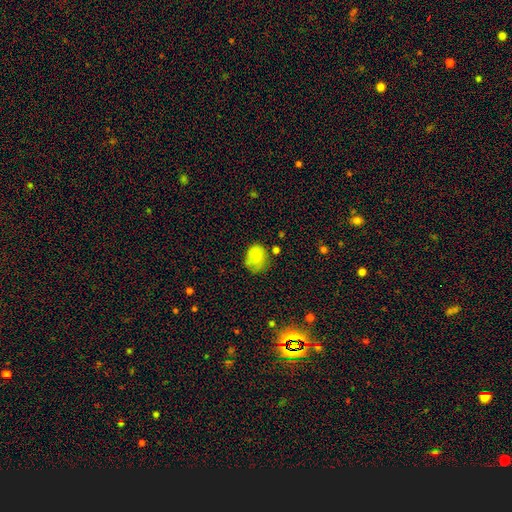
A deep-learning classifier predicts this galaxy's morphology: type=smooth (79%); roundness=round (53%); merging=none (54%).